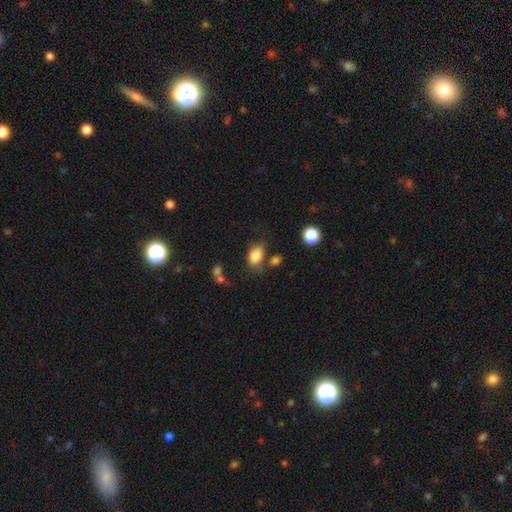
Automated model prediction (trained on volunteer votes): smooth-or-featured: smooth: 84% | star or artifact: 9% | featured or disk: 7%
  how-rounded: in between: 82% | round: 17% | cigar-shaped: 1%
  merging: none: 64% | minor disturbance: 19% | merger: 9% | major disturbance: 7%